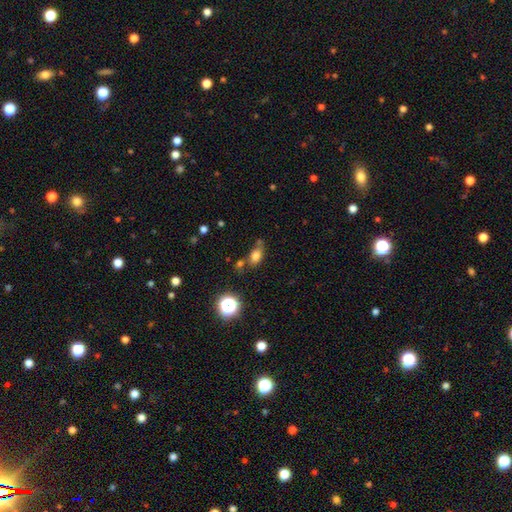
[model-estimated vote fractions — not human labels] smooth_or_featured: smooth (p=0.76) [alt: star or artifact p=0.15]
how_rounded: in between (p=0.75) [alt: round p=0.22]
merging: none (p=0.59) [alt: minor disturbance p=0.19]